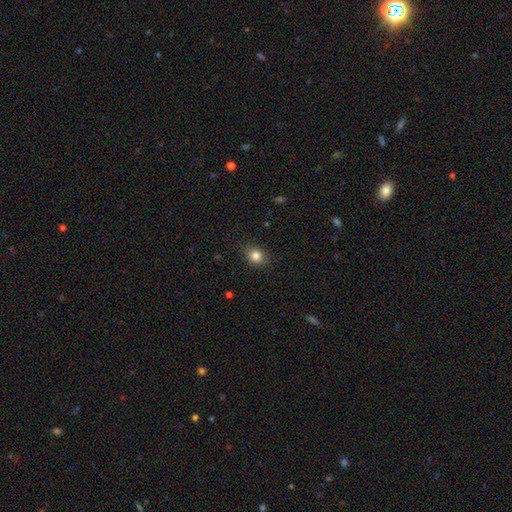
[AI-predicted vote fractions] This is clearly a smooth galaxy (83%). How rounded: likely round (62%). Merging: clearly none (86%).